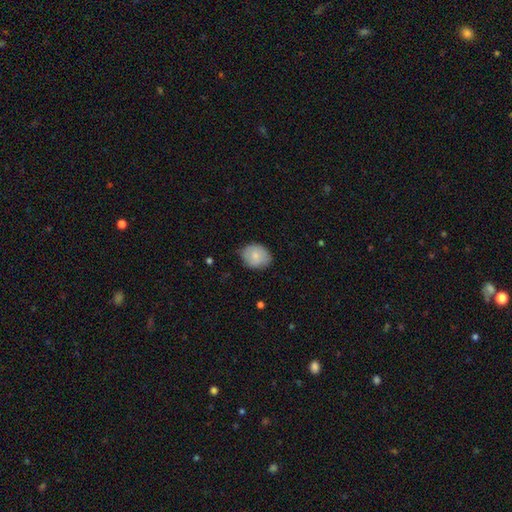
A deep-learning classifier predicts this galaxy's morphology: This is likely a smooth galaxy (78%). How rounded: possibly round (59%). Merging: likely none (74%).